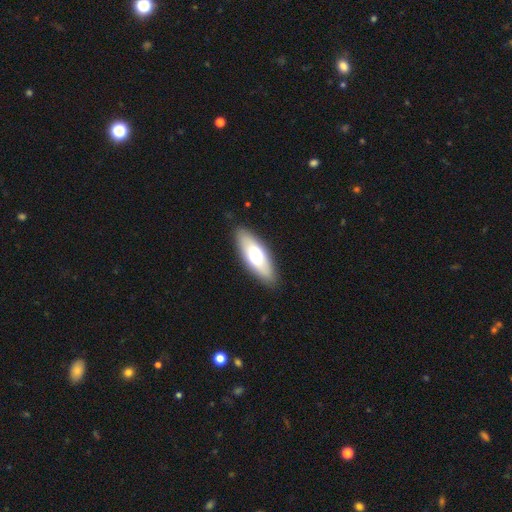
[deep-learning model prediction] smooth-or-featured: smooth: 65% | featured or disk: 30% | star or artifact: 6%
  how-rounded: in between: 65% | cigar-shaped: 32% | round: 2%
  merging: none: 88% | minor disturbance: 9% | major disturbance: 2% | merger: 1%